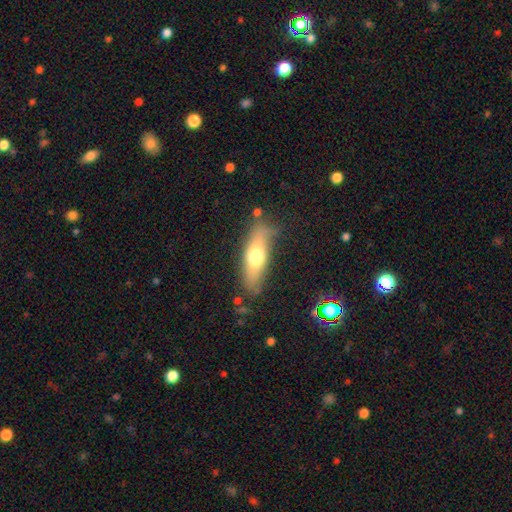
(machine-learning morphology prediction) smooth-or-featured: smooth: 59% | featured or disk: 34% | star or artifact: 7%
  how-rounded: in between: 51% | cigar-shaped: 45% | round: 3%
  merging: none: 75% | minor disturbance: 17% | major disturbance: 5% | merger: 3%